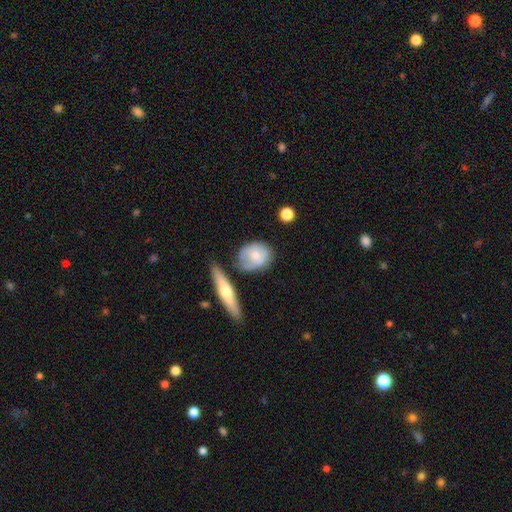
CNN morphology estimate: Smooth or featured? Predicted: smooth (p=0.64). How rounded? Predicted: in between (p=0.58). Merging? Predicted: none (p=0.59).